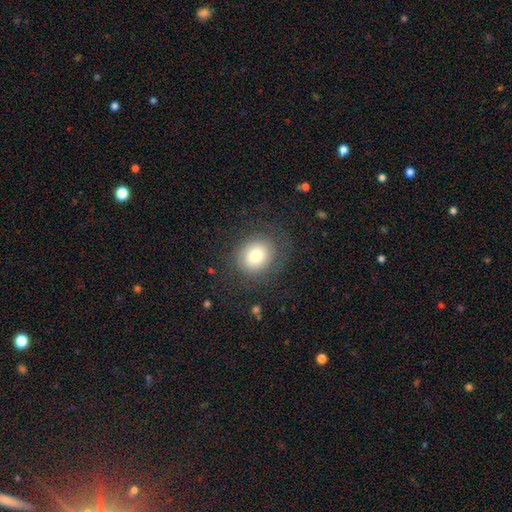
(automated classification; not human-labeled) smooth 69%, featured or disk 21%, star or artifact 10%. Down the decision tree: how rounded — round (72%); merging — none (76%).